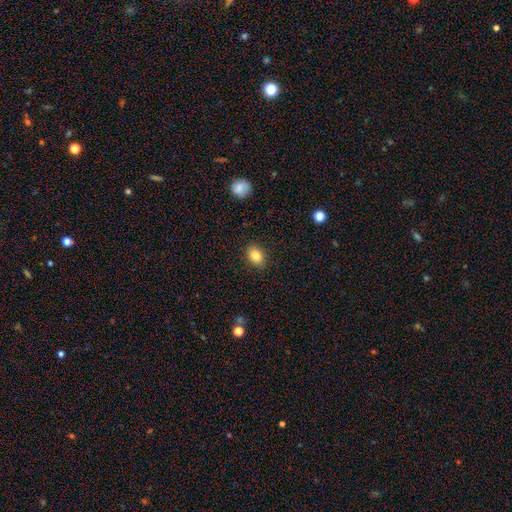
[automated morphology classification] Overall: smooth (83%). How rounded: in between (74%). Merging: none (88%).